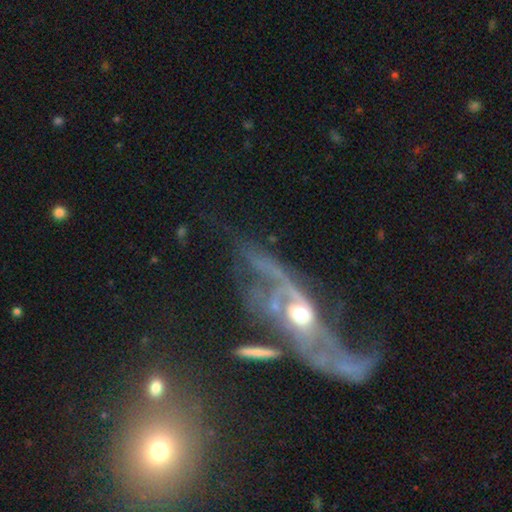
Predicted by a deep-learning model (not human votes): smooth-or-featured: featured or disk: 74% | smooth: 15% | star or artifact: 11%
  disk-edge-on: no: 85% | yes: 15%
    bar: no: 68% | weak: 21% | strong: 11%
    has-spiral-arms: yes: 71% | no: 29%
    bulge-size: moderate: 59% | small: 29% | large: 6% | none: 3% | dominant: 2%
  merging: major disturbance: 39% | none: 24% | merger: 24% | minor disturbance: 13%